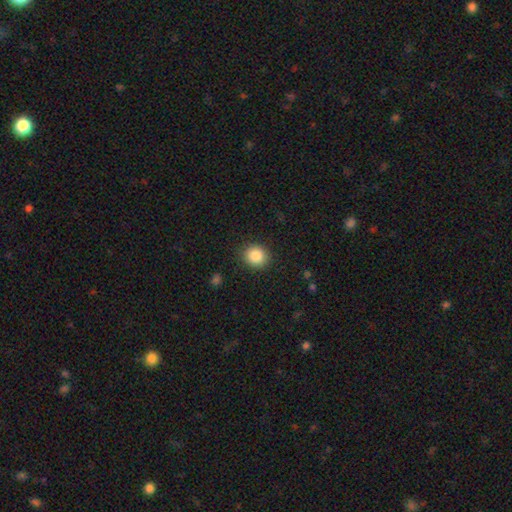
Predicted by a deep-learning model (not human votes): smooth-or-featured: smooth: 86% | star or artifact: 9% | featured or disk: 5%
  how-rounded: round: 80% | in between: 20% | cigar-shaped: 1%
  merging: none: 89% | minor disturbance: 8% | major disturbance: 2% | merger: 1%